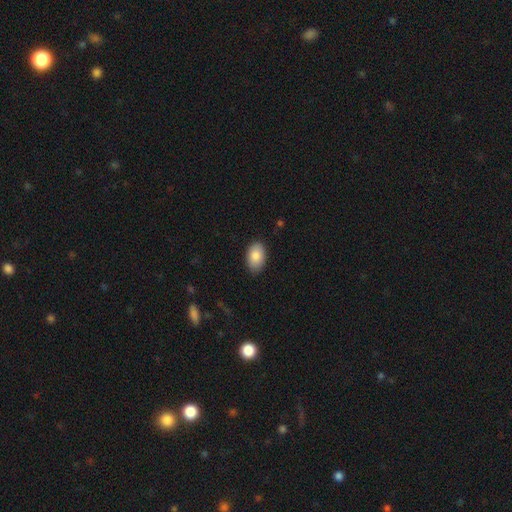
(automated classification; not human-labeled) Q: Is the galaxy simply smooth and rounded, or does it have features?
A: smooth — 86%.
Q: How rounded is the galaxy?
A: in between — 92%.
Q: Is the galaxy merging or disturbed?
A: none — 85%.